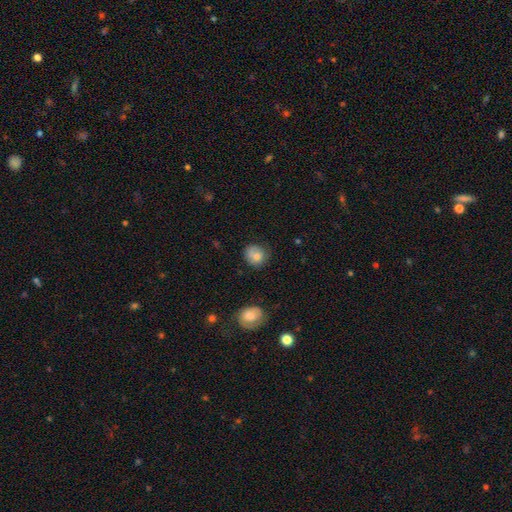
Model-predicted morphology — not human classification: Smooth or featured? Predicted: smooth (p=0.77). How rounded? Predicted: round (p=0.77). Merging? Predicted: none (p=0.67).